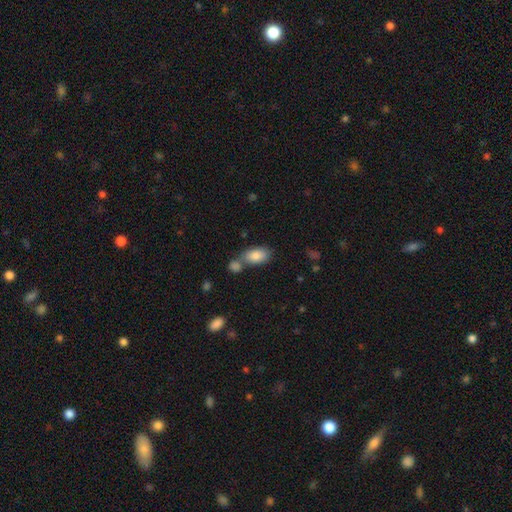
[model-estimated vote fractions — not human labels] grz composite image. It shows a smooth galaxy with no disk features (84%) that is in between round and cigar-shaped (92%). Merging: none (52%).